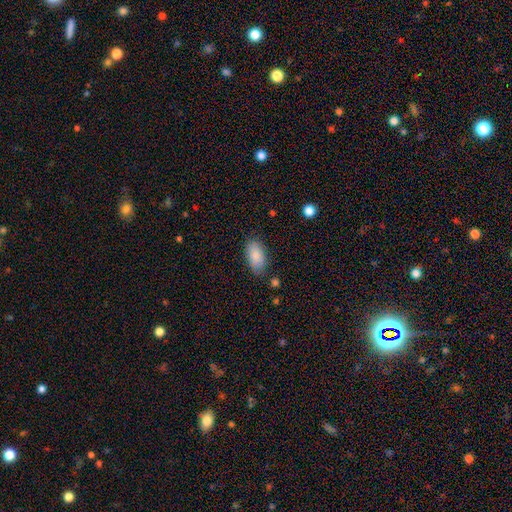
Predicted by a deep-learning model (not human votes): The model was most divided on "merging": none: 81%, minor disturbance: 14%, major disturbance: 3%, merger: 2%. More confident: how rounded — in between (94%); smooth or featured — smooth (87%).